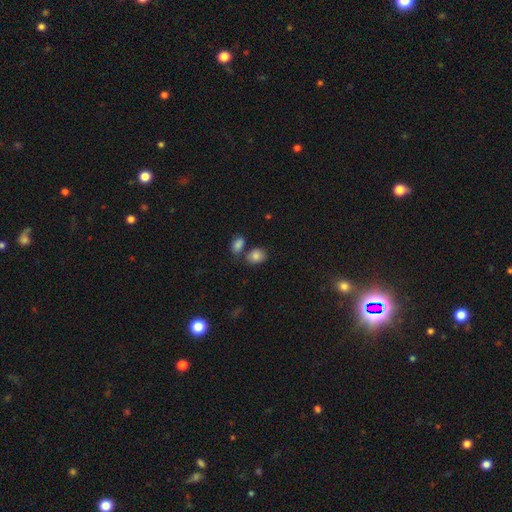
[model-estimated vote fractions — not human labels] smooth_or_featured: smooth (p=0.84) [alt: star or artifact p=0.09]
how_rounded: in between (p=0.61) [alt: round p=0.37]
merging: none (p=0.61) [alt: merger p=0.22]